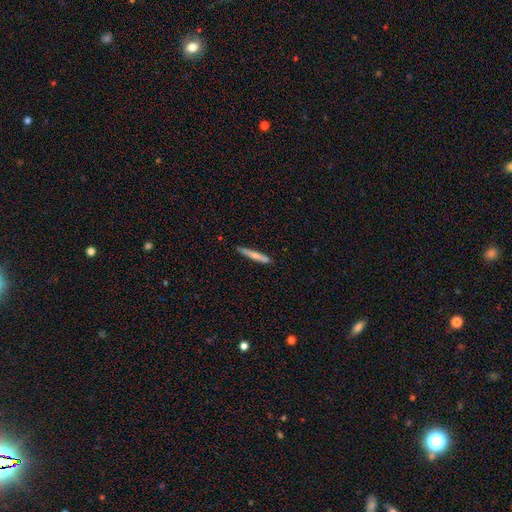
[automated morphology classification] type=smooth (63%); roundness=cigar-shaped (94%); merging=none (82%).